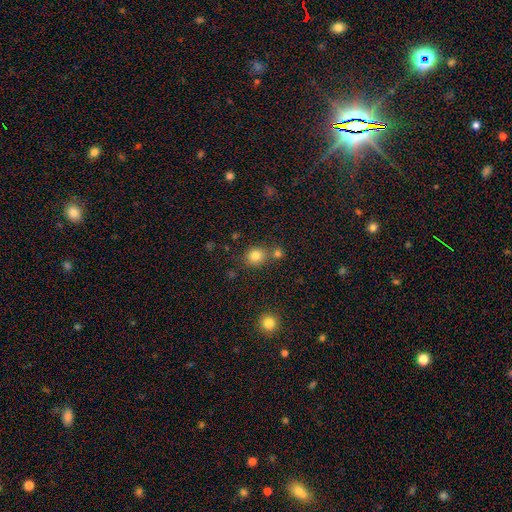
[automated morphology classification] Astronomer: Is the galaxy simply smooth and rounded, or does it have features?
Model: smooth — 81%.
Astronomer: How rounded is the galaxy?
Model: round — 82%.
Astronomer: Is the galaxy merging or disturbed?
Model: none — 68%.